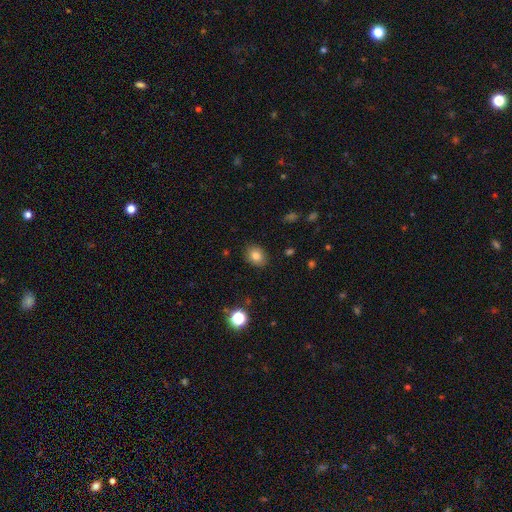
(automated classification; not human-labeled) The model was most divided on "how rounded": in between: 54%, round: 45%, cigar-shaped: 1%. More confident: merging — none (88%); smooth or featured — smooth (82%).